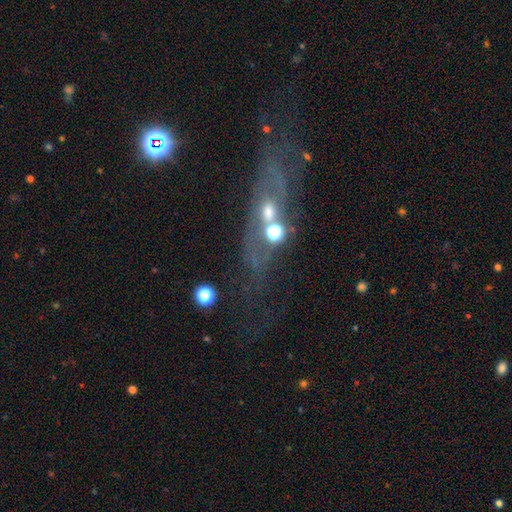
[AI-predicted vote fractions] smooth-or-featured: featured or disk: 49% | smooth: 30% | star or artifact: 20%
  merging: none: 50% | merger: 21% | minor disturbance: 16% | major disturbance: 12%